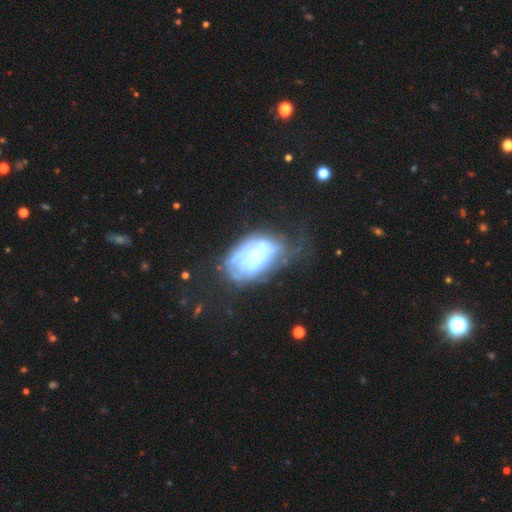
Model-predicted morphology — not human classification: featured or disk 60%, smooth 29%, star or artifact 10%. Down the decision tree: edge-on disk — no (96%); bar — no (76%); spiral arms — no (52%); bulge size — none (31%); merging — major disturbance (36%).